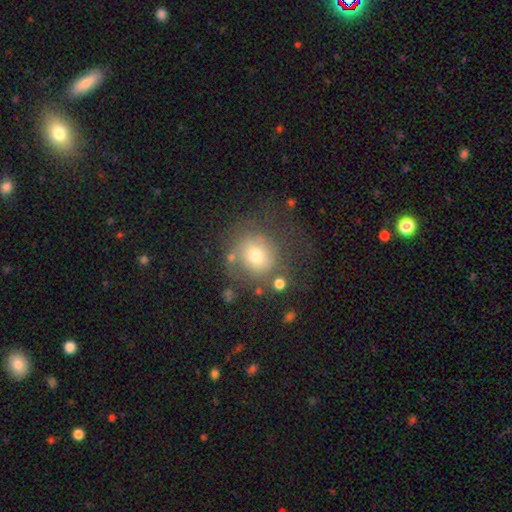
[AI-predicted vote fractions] This is likely a smooth galaxy (62%). How rounded: clearly round (83%). Merging: possibly none (57%).